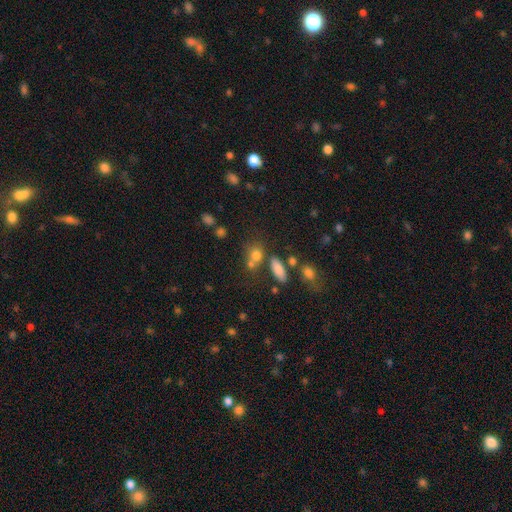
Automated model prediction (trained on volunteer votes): smooth 75%, star or artifact 14%, featured or disk 11%. Down the decision tree: how rounded — round (57%); merging — none (50%).